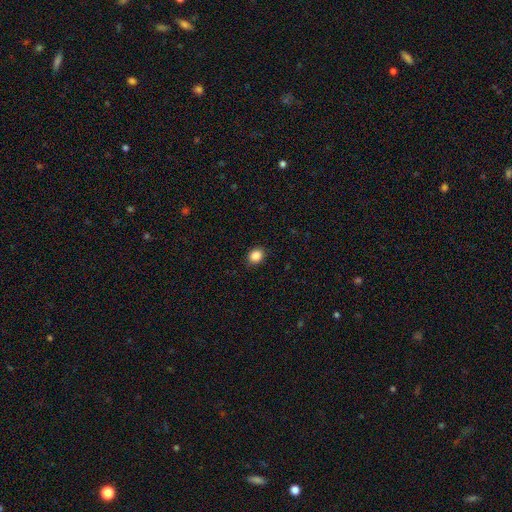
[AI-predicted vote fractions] This is clearly a smooth galaxy (87%). How rounded: likely round (61%). Merging: clearly none (89%).